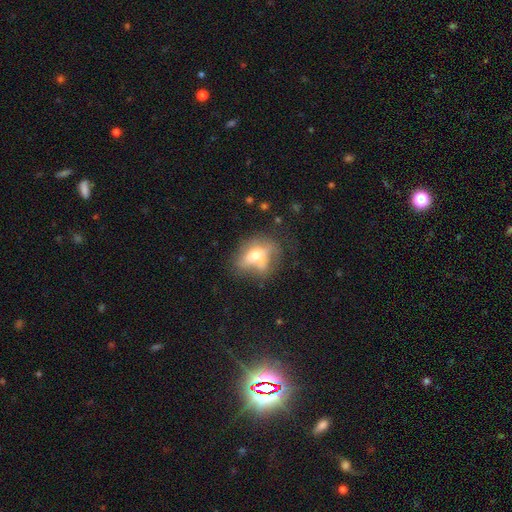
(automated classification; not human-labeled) Smooth or featured? Predicted: smooth (p=0.48). Merging? Predicted: none (p=0.37).